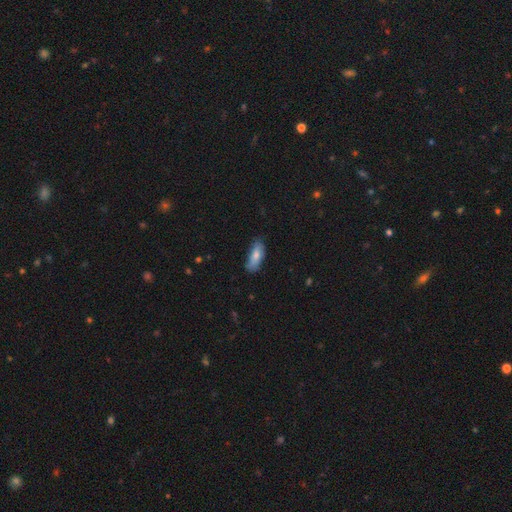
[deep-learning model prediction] This is likely a smooth galaxy (76%). How rounded: likely in between (73%). Merging: likely none (71%).